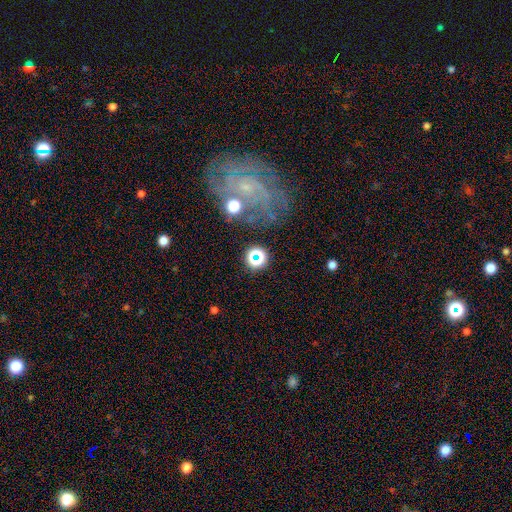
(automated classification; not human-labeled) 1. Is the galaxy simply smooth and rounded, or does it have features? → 45% star or artifact, 39% smooth, 16% featured or disk.